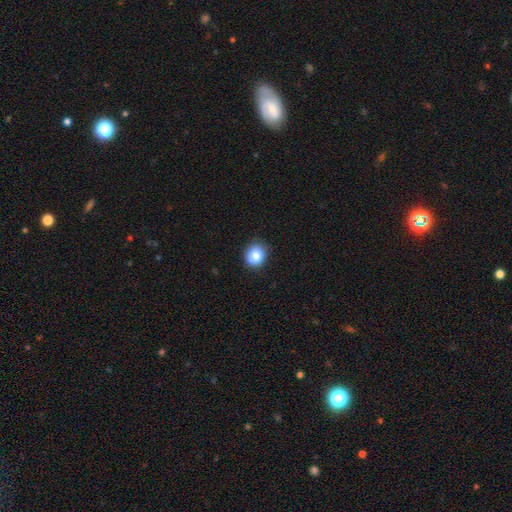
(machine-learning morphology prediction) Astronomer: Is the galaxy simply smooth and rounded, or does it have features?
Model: smooth — 83%.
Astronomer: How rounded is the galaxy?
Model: round — 73%.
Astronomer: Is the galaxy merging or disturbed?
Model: none — 85%.